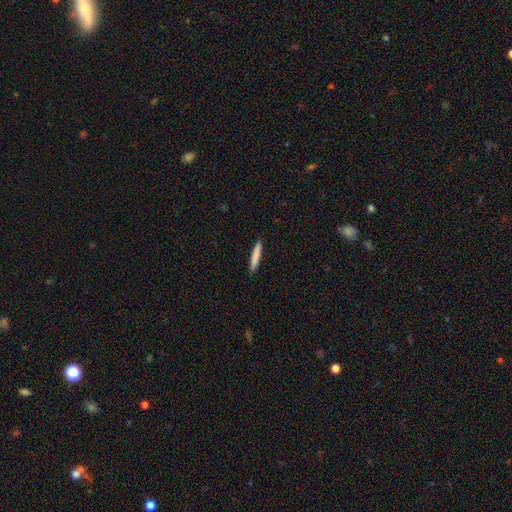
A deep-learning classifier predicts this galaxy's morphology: This is clearly a smooth galaxy (83%). How rounded: clearly cigar-shaped (94%). Merging: clearly none (92%).